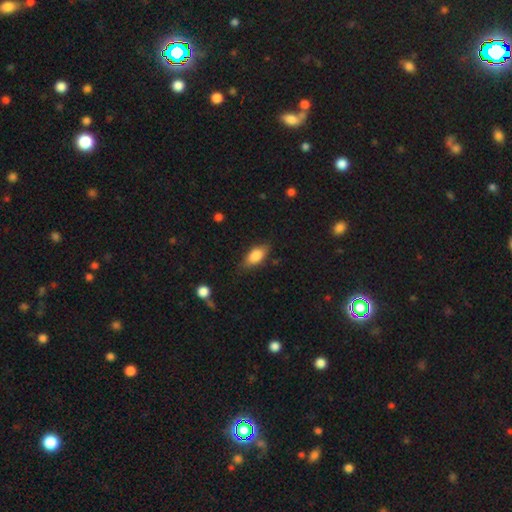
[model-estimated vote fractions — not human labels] Overall: smooth (81%). How rounded: in between (85%). Merging: none (76%).